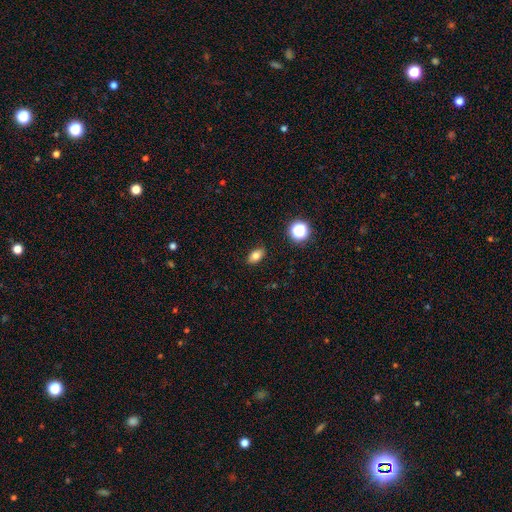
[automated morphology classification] The model was most divided on "smooth or featured": smooth: 78%, star or artifact: 11%, featured or disk: 11%. More confident: merging — none (88%); how rounded — in between (86%).